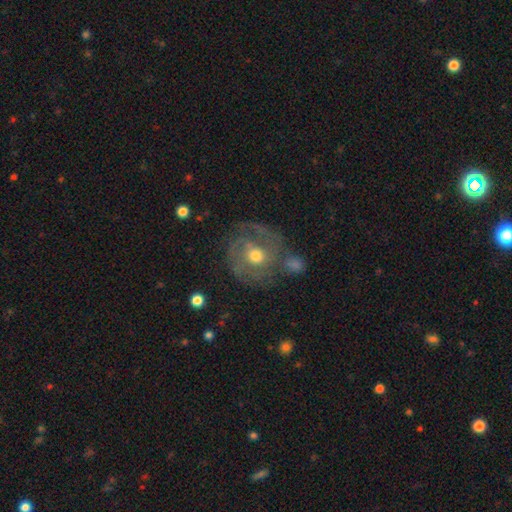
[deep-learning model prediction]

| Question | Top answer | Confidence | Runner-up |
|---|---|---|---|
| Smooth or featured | featured or disk | 73% | smooth (20%) |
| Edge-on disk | no | 97% | yes (3%) |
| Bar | no | 77% | weak (19%) |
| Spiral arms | yes | 82% | no (18%) |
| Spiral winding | tight | 52% | medium (35%) |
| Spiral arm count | can't tell | 33% | 2 (26%) |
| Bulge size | moderate | 73% | small (18%) |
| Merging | none | 62% | minor disturbance (18%) |